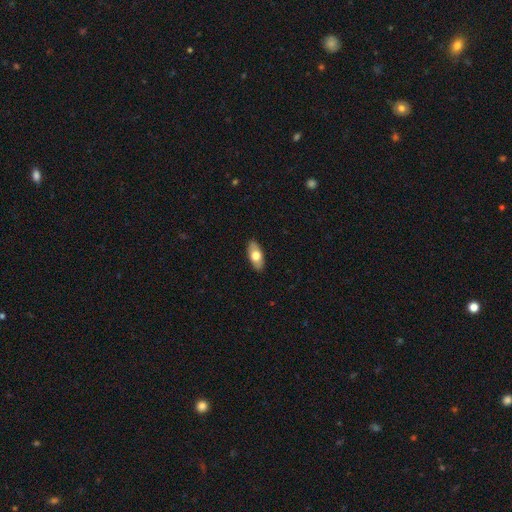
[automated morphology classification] smooth-or-featured: smooth: 67% | featured or disk: 27% | star or artifact: 6%
  how-rounded: in between: 88% | cigar-shaped: 9% | round: 3%
  merging: none: 89% | minor disturbance: 8% | major disturbance: 2% | merger: 1%